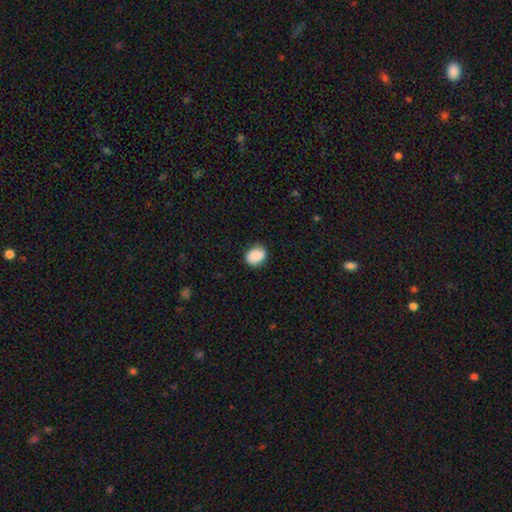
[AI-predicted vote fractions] Overall: smooth (87%). How rounded: in between (52%; round 47%). Merging: none (80%).